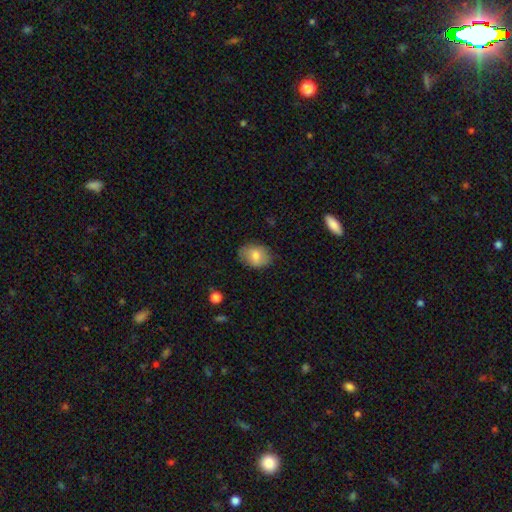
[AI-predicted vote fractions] Smooth or featured? smooth (73%)
How rounded? in between (72%)
Merging? none (78%)